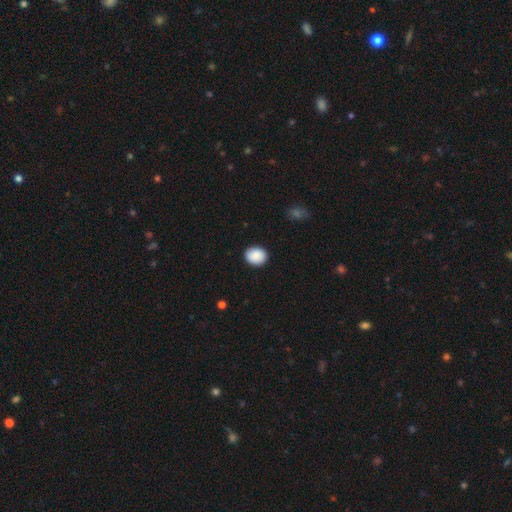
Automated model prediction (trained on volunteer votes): The model was most divided on "how rounded": round: 52%, in between: 47%, cigar-shaped: 1%. More confident: merging — none (90%); smooth or featured — smooth (90%).